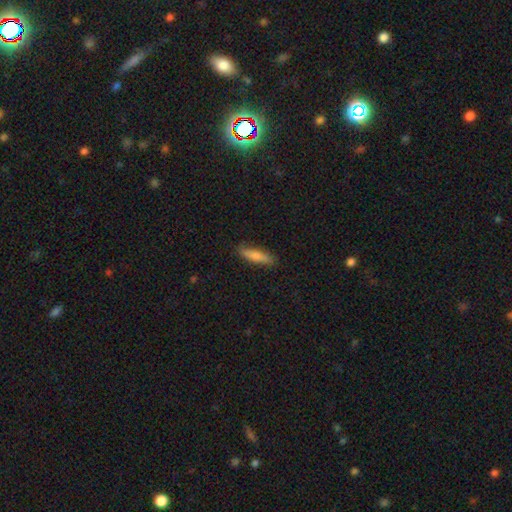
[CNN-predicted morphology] Smooth or featured: smooth — 73% (featured or disk — 21%)
How rounded: cigar-shaped — 76% (in between — 22%)
Merging: none — 81% (minor disturbance — 15%)